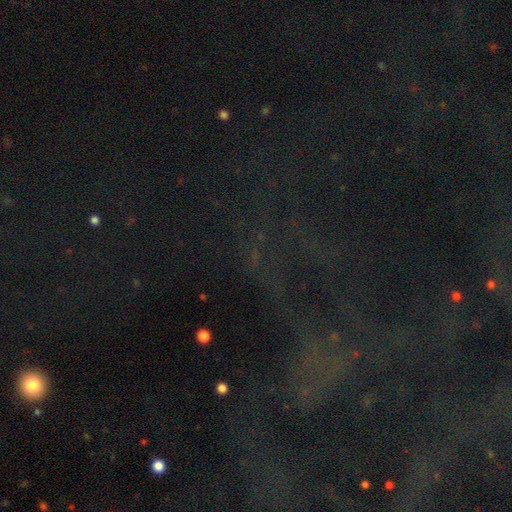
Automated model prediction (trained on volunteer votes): A star or artifact, not a galaxy (76%).